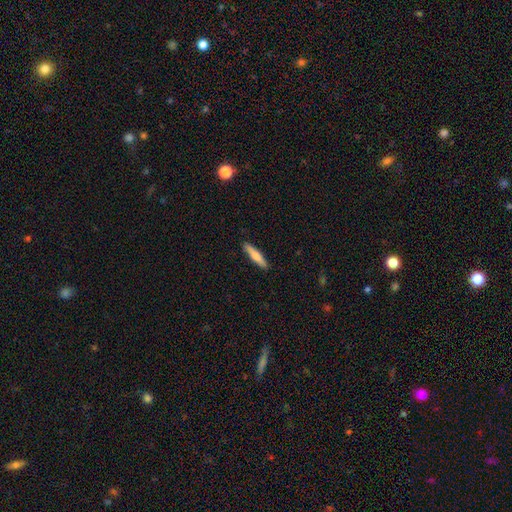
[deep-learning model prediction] Smooth or featured?
  - smooth: 71% *
  - featured or disk: 24%
  - star or artifact: 5%
How rounded?
  - cigar-shaped: 86% *
  - in between: 13%
  - round: 1%
Merging?
  - none: 90% *
  - minor disturbance: 7%
  - major disturbance: 2%
  - merger: 1%